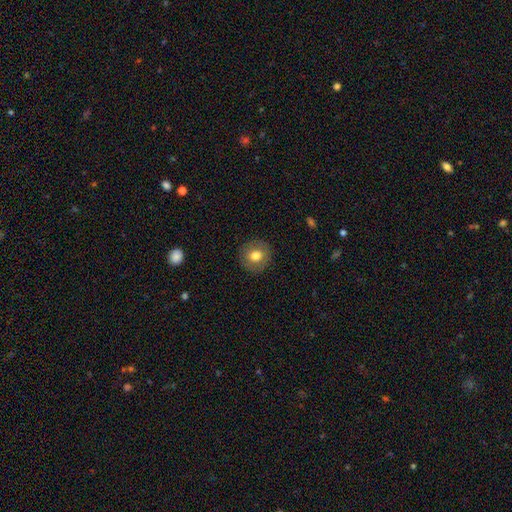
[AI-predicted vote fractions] Smooth or featured: smooth — 74% (featured or disk — 18%)
How rounded: round — 92% (in between — 7%)
Merging: none — 90% (minor disturbance — 7%)